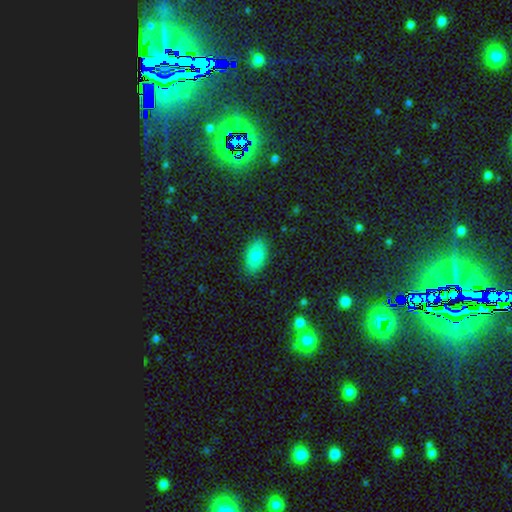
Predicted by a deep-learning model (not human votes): The model was most divided on "smooth or featured": smooth: 79%, featured or disk: 13%, star or artifact: 8%. More confident: how rounded — in between (91%); merging — none (86%).